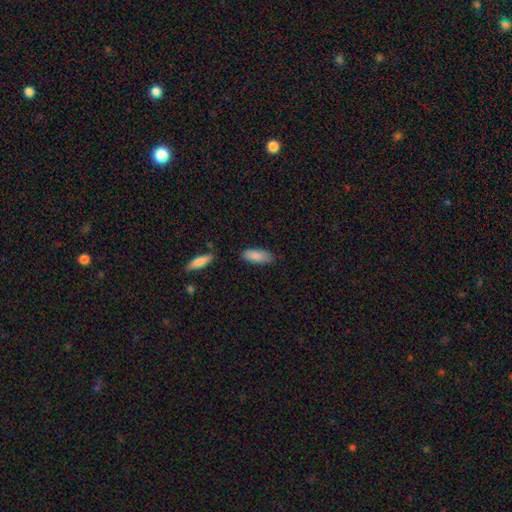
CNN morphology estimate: Smooth or featured? smooth (87%)
How rounded? in between (76%)
Merging? none (74%)